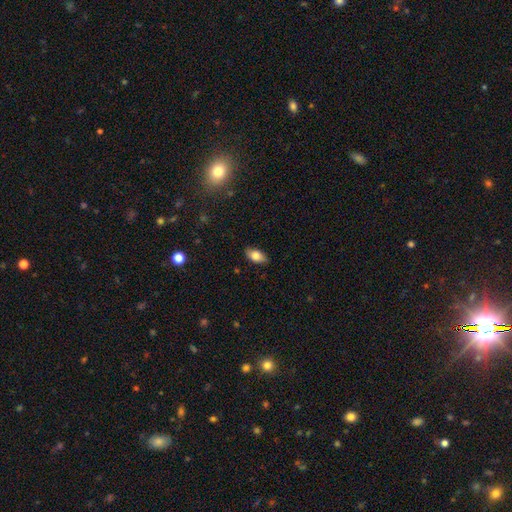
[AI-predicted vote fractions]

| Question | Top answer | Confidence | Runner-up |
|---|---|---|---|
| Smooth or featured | smooth | 79% | featured or disk (14%) |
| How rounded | in between | 91% | cigar-shaped (4%) |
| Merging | none | 86% | minor disturbance (11%) |